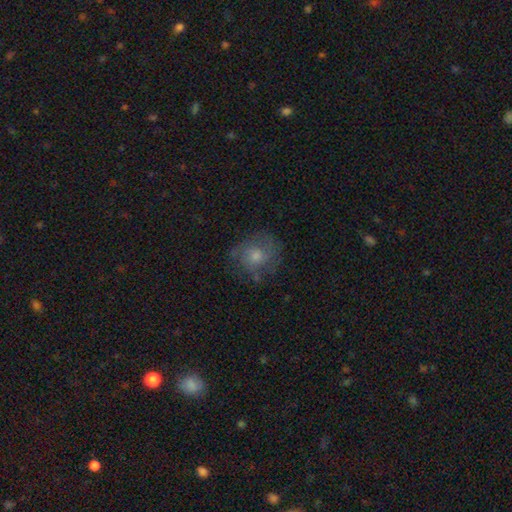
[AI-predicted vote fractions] Smooth or featured?
  - featured or disk: 44% *
  - smooth: 41%
  - star or artifact: 15%
Merging?
  - none: 71% *
  - minor disturbance: 18%
  - major disturbance: 9%
  - merger: 1%